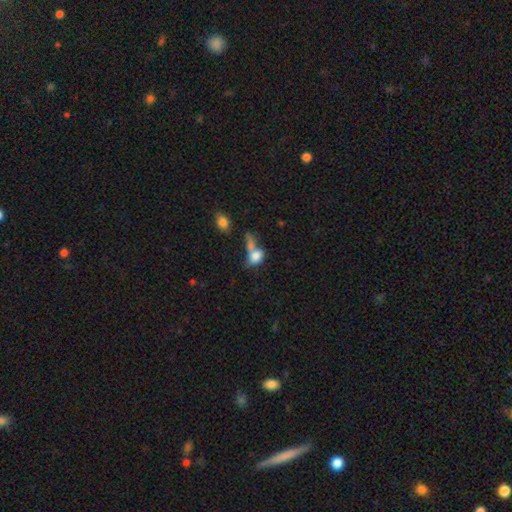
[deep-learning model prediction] Q: Smooth or featured?
A: smooth (78%); runner-up: featured or disk (13%)
Q: How rounded?
A: in between (78%); runner-up: round (18%)
Q: Merging?
A: merger (52%); runner-up: none (24%)